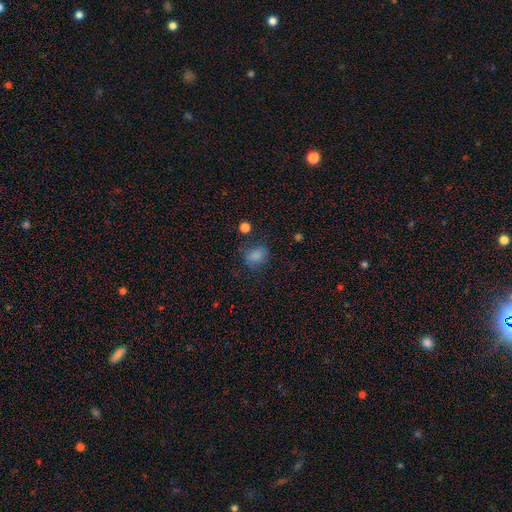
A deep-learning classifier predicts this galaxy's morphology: smooth_or_featured: smooth (p=0.80) [alt: star or artifact p=0.13]
how_rounded: in between (p=0.56) [alt: round p=0.43]
merging: none (p=0.66) [alt: minor disturbance p=0.21]